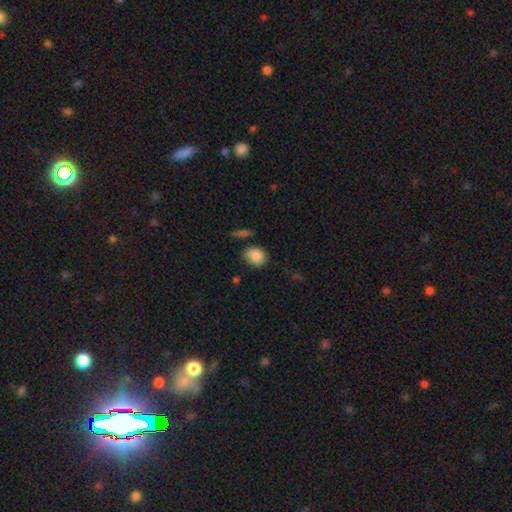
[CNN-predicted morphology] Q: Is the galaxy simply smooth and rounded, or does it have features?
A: smooth — 87%.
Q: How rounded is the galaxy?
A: round — 57%.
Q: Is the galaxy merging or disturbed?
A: none — 69%.